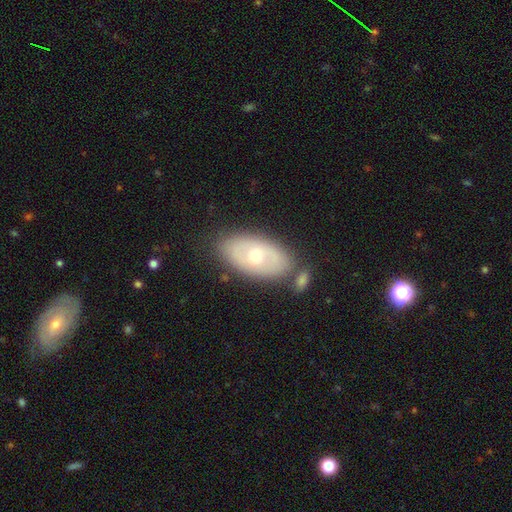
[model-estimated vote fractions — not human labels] Smooth or featured?
  - smooth: 48% *
  - featured or disk: 45%
  - star or artifact: 6%
Merging?
  - none: 71% *
  - minor disturbance: 14%
  - merger: 11%
  - major disturbance: 4%